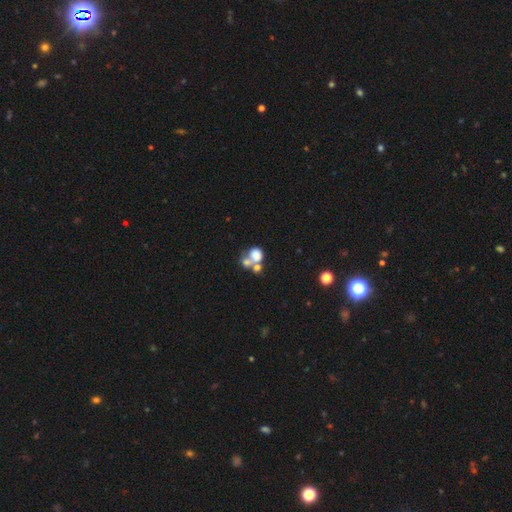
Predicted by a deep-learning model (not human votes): Smooth or featured? Predicted: smooth (p=0.63). How rounded? Predicted: round (p=0.59). Merging? Predicted: merger (p=0.60).